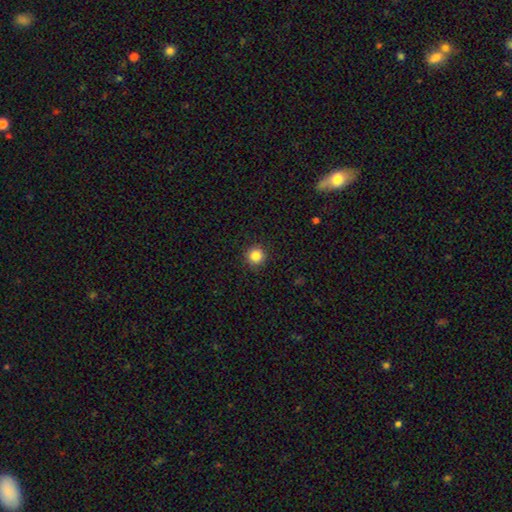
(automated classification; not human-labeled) Q: Smooth or featured?
A: smooth (85%); runner-up: star or artifact (11%)
Q: How rounded?
A: round (95%); runner-up: in between (4%)
Q: Merging?
A: none (92%); runner-up: minor disturbance (5%)